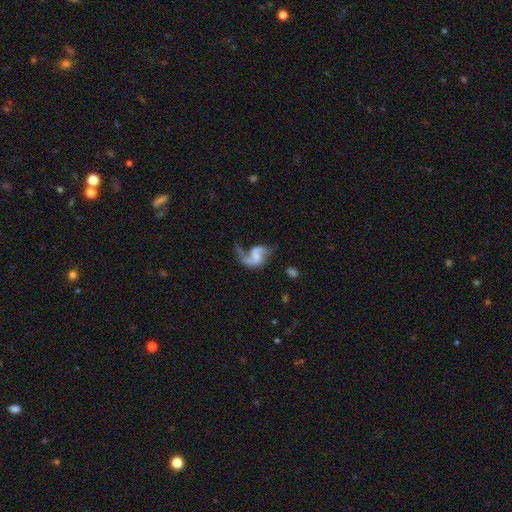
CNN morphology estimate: A featured or disk galaxy (80%) with no bar (44%), 2 (69%) loose (67%) spiral arms (91%) and a small central bulge (40%). Merging: none (36%, tied with major disturbance).